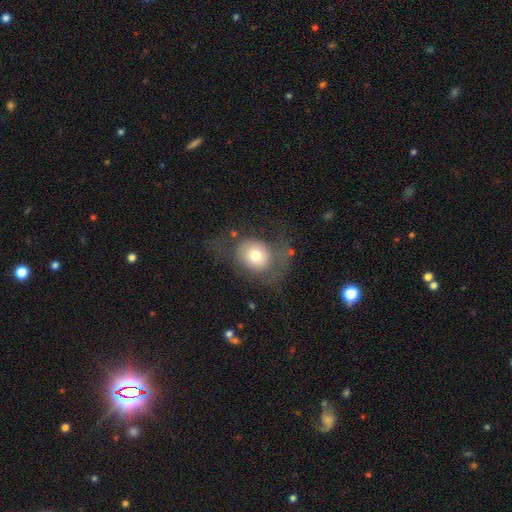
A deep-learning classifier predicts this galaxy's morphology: A smooth galaxy with no disk features (68%) that is round (68%). Merging: none (42%).